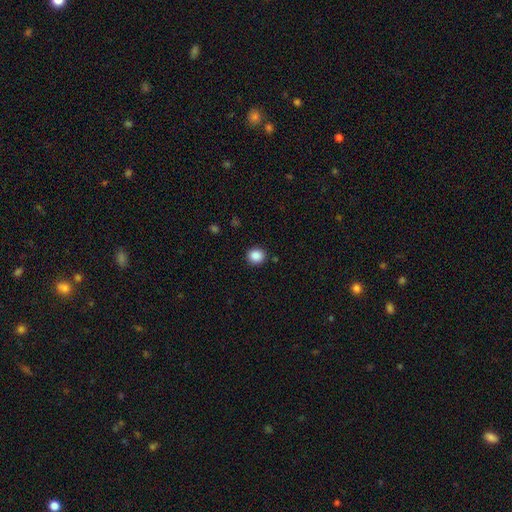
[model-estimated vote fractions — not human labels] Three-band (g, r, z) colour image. It shows a smooth galaxy with no disk features (87%) that is round (86%). Merging: none (90%).